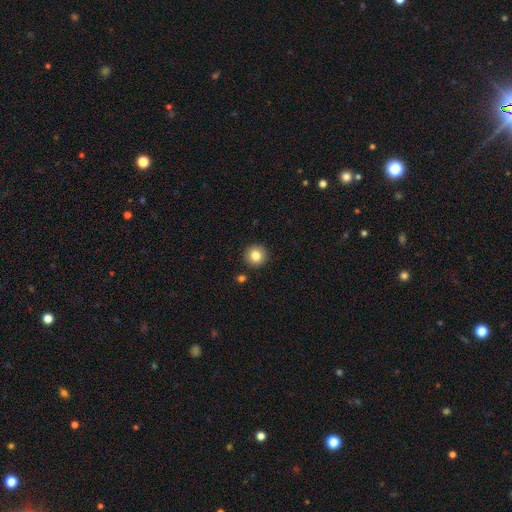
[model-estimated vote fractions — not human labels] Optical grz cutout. It shows a smooth galaxy with no disk features (83%) that is round (95%). Merging: none (91%).